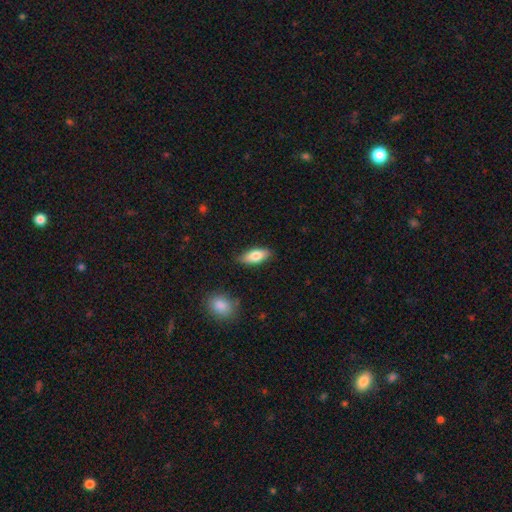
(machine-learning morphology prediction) smooth_or_featured: smooth (p=0.77) [alt: featured or disk p=0.16]
how_rounded: in between (p=0.81) [alt: cigar-shaped p=0.16]
merging: none (p=0.81) [alt: minor disturbance p=0.14]